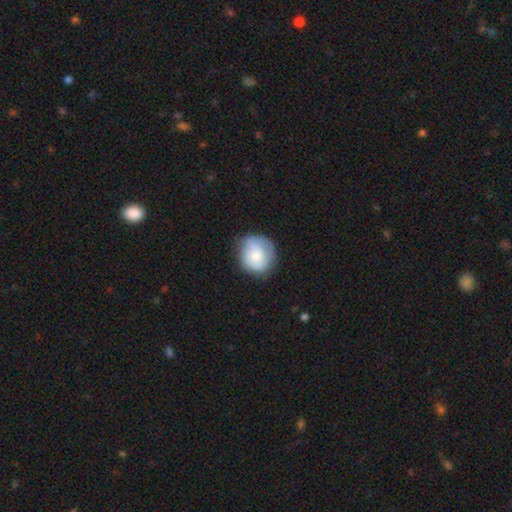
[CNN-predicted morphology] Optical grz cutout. It shows a smooth galaxy with no disk features (67%) that is round (84%). Merging: none (63%).